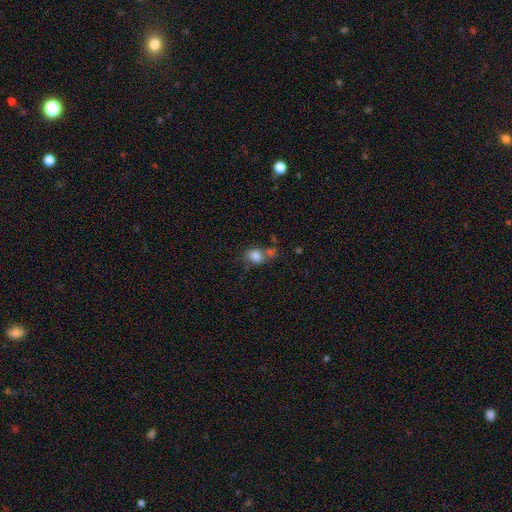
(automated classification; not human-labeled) smooth-or-featured: smooth: 80% | star or artifact: 10% | featured or disk: 10%
  how-rounded: round: 57% | in between: 42% | cigar-shaped: 1%
  merging: none: 42% | merger: 31% | minor disturbance: 18% | major disturbance: 9%